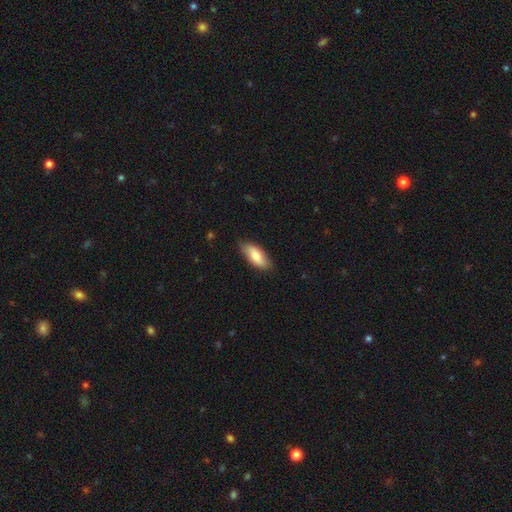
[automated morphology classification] Smooth or featured: smooth — 77% (featured or disk — 17%)
How rounded: in between — 85% (cigar-shaped — 13%)
Merging: none — 83% (minor disturbance — 14%)